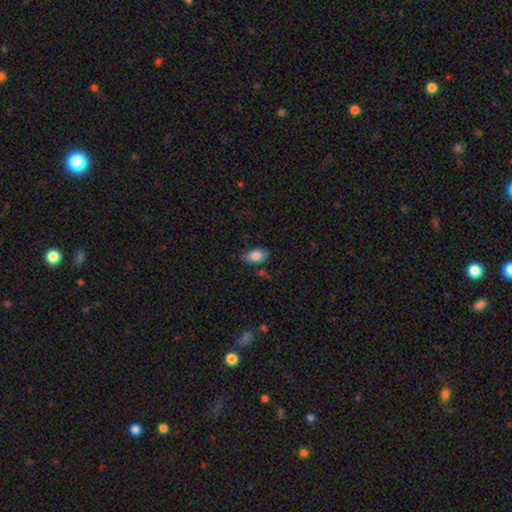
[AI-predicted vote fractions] Morphology: type=smooth (86%); roundness=in between (92%); merging=none (73%).